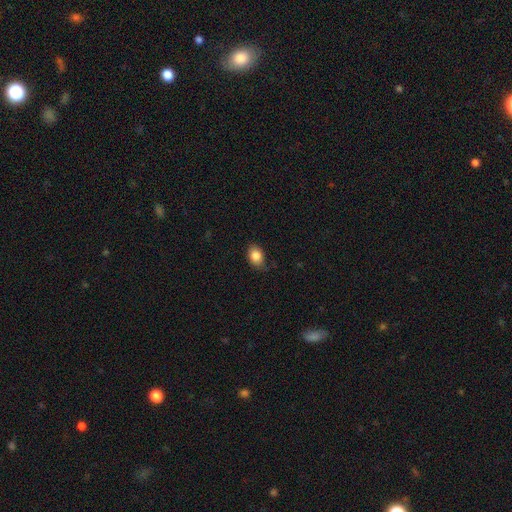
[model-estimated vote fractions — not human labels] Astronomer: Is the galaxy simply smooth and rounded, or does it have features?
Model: smooth — 85%.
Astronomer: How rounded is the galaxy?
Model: in between — 71%.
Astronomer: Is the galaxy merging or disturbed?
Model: none — 73%.